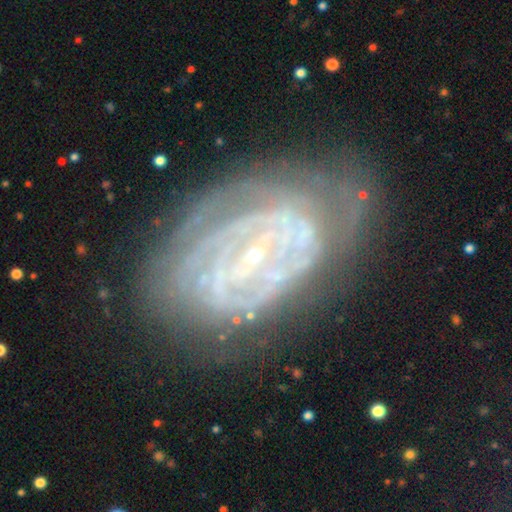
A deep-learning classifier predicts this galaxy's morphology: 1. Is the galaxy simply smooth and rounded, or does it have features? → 79% featured or disk, 11% star or artifact, 10% smooth.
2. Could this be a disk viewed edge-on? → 95% no, 5% yes.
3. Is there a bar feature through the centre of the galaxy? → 37% weak, 35% no, 28% strong.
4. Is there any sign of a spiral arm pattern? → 86% yes, 14% no.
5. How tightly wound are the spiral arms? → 73% tight, 20% medium, 7% loose.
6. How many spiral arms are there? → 47% can't tell, 19% 2, 10% 3, 9% 4, 7% more than 4, 6% 1.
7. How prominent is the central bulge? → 84% small, 10% moderate, 4% none, 1% large, 1% dominant.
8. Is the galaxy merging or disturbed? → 63% none, 22% minor disturbance, 13% major disturbance, 2% merger.